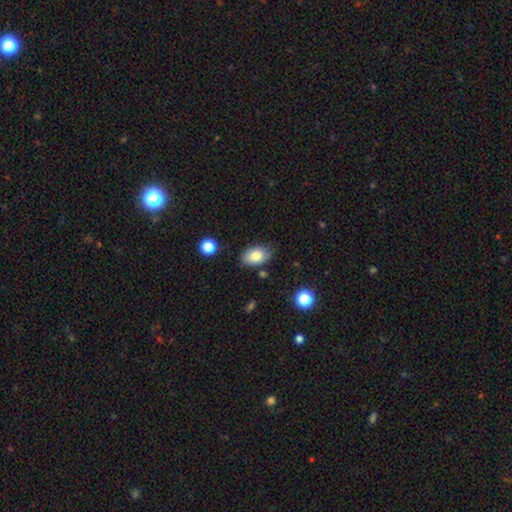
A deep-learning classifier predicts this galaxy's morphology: type=smooth (80%); roundness=in between (89%); merging=none (74%).